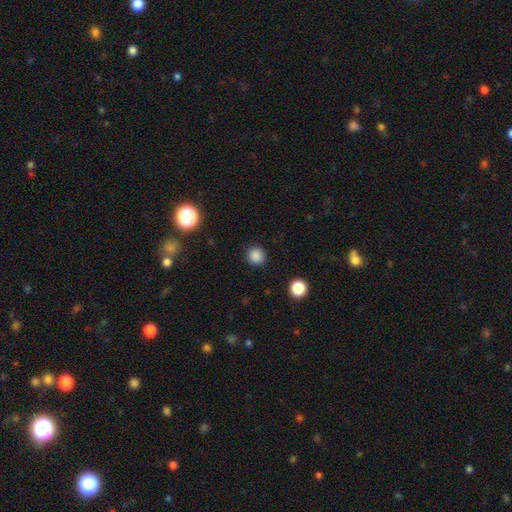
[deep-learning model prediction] Overall: smooth (84%). How rounded: round (93%). Merging: none (90%).